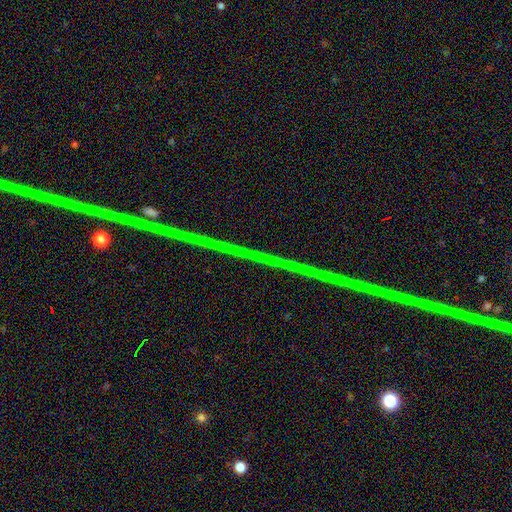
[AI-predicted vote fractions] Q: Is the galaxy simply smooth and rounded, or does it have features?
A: star or artifact — 79%.